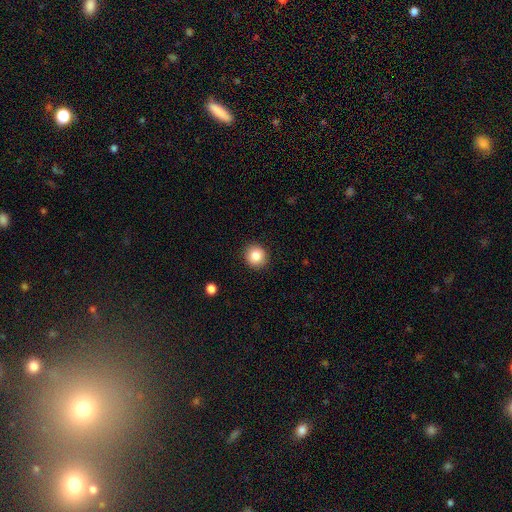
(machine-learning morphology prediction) The model was most divided on "smooth or featured": smooth: 85%, star or artifact: 9%, featured or disk: 6%. More confident: merging — none (91%); how rounded — round (90%).